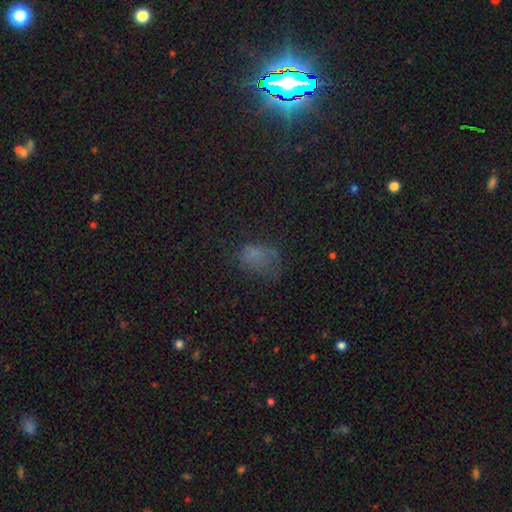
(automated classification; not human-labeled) A smooth galaxy with no disk features (58%) that is in between round and cigar-shaped (74%).

Vote fractions:
- Smooth or featured? smooth: 58% / star or artifact: 26% / featured or disk: 16%
- How rounded? in between: 74% / round: 24% / cigar-shaped: 2%
- Merging? none: 44% / major disturbance: 28% / minor disturbance: 25% / merger: 3%